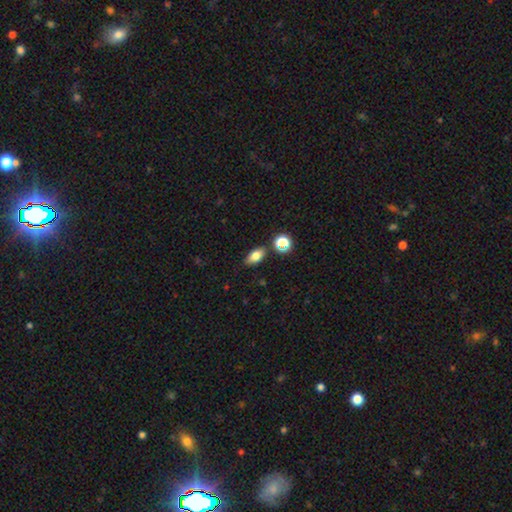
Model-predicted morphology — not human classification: Smooth or featured? smooth (77%)
How rounded? in between (83%)
Merging? none (81%)